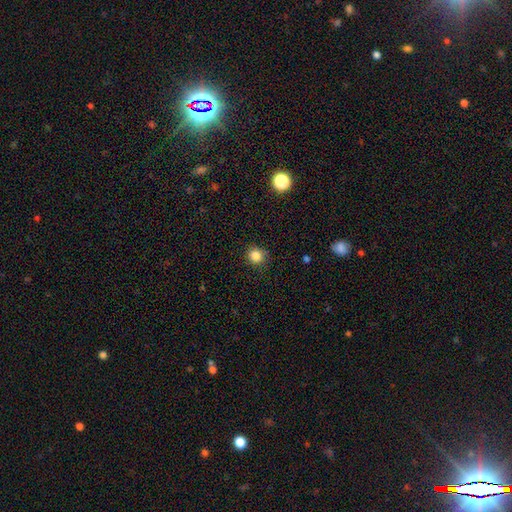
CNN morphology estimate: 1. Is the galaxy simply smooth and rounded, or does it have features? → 85% smooth, 11% star or artifact, 4% featured or disk.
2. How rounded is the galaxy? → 89% round, 10% in between, 1% cigar-shaped.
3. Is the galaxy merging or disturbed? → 89% none, 8% minor disturbance, 2% major disturbance, 1% merger.